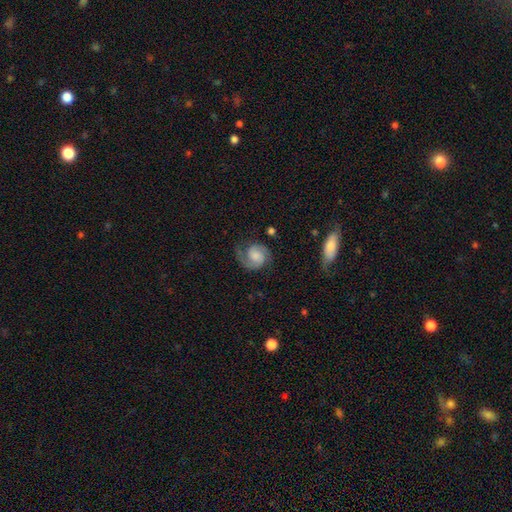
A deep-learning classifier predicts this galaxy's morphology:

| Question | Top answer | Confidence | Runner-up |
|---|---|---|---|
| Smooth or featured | featured or disk | 82% | smooth (12%) |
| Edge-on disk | no | 98% | yes (2%) |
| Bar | no | 60% | weak (33%) |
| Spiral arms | yes | 97% | no (3%) |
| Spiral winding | medium | 49% | tight (36%) |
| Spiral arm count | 2 | 87% | 1 (6%) |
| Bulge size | none | 31% | moderate (27%) |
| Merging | none | 72% | minor disturbance (17%) |